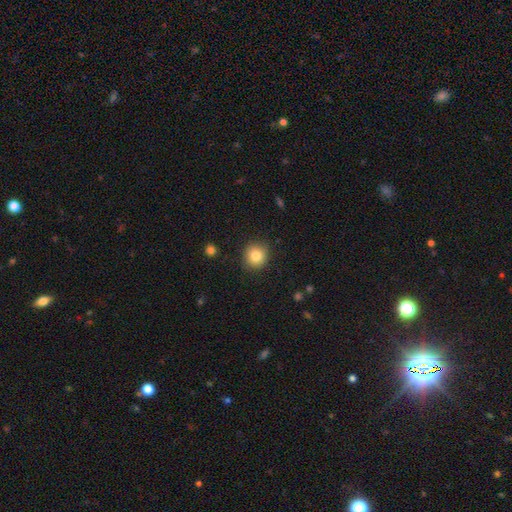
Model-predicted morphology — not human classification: Smooth or featured? Predicted: smooth (p=0.82). How rounded? Predicted: round (p=0.88). Merging? Predicted: none (p=0.89).